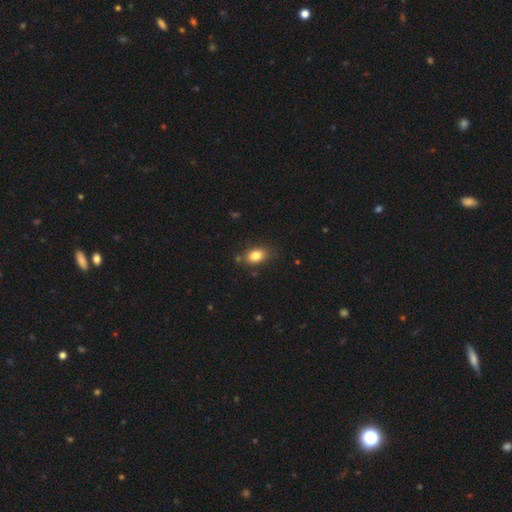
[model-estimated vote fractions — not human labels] Smooth or featured?
  - smooth: 83% *
  - star or artifact: 9%
  - featured or disk: 8%
How rounded?
  - in between: 80% *
  - round: 18%
  - cigar-shaped: 2%
Merging?
  - none: 79% *
  - minor disturbance: 14%
  - merger: 3%
  - major disturbance: 3%